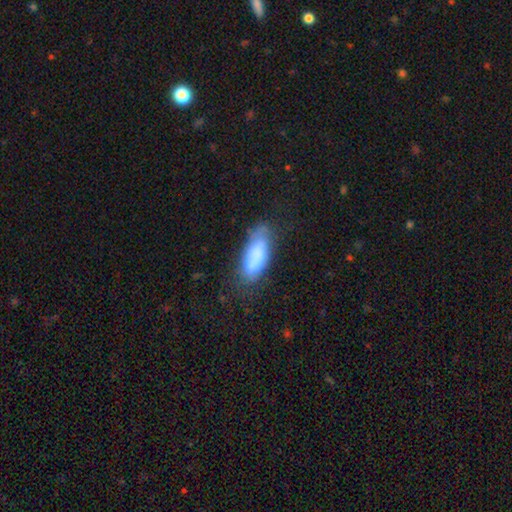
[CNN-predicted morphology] Smooth or featured?
  - smooth: 72% *
  - featured or disk: 20%
  - star or artifact: 8%
How rounded?
  - in between: 71% *
  - cigar-shaped: 27%
  - round: 2%
Merging?
  - none: 58% *
  - minor disturbance: 27%
  - major disturbance: 11%
  - merger: 4%